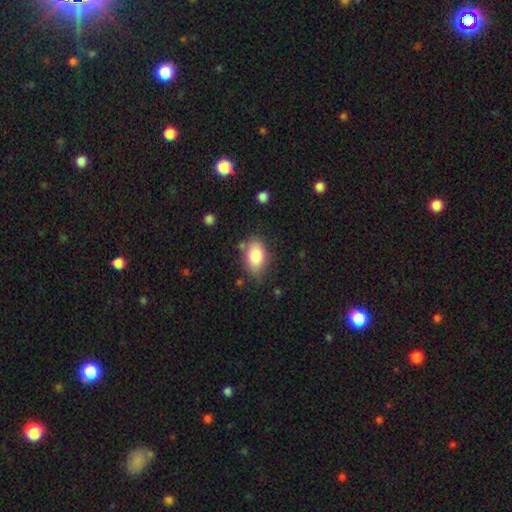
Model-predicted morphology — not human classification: A smooth galaxy with no disk features (84%) that is in between round and cigar-shaped (89%). Merging: none (74%).